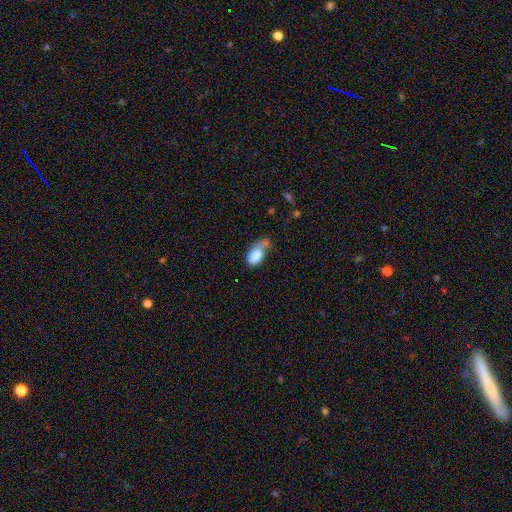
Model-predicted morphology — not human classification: This appears to be a smooth galaxy with no disk features (79%) that is in between round and cigar-shaped (91%). Merging: major disturbance (34%).